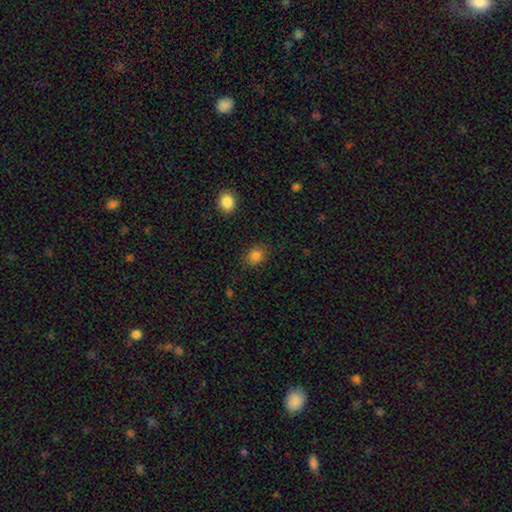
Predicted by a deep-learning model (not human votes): smooth 84%, star or artifact 11%, featured or disk 5%. Down the decision tree: how rounded — round (52%); merging — none (83%).